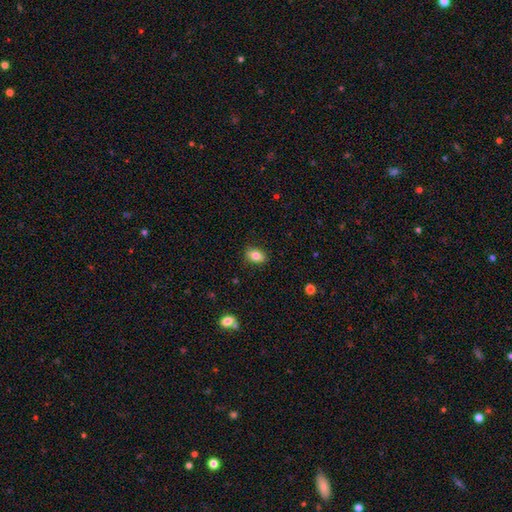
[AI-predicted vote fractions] Smooth or featured?
  - smooth: 83% *
  - featured or disk: 9%
  - star or artifact: 8%
How rounded?
  - in between: 85% *
  - round: 14%
  - cigar-shaped: 2%
Merging?
  - none: 87% *
  - minor disturbance: 9%
  - major disturbance: 2%
  - merger: 1%